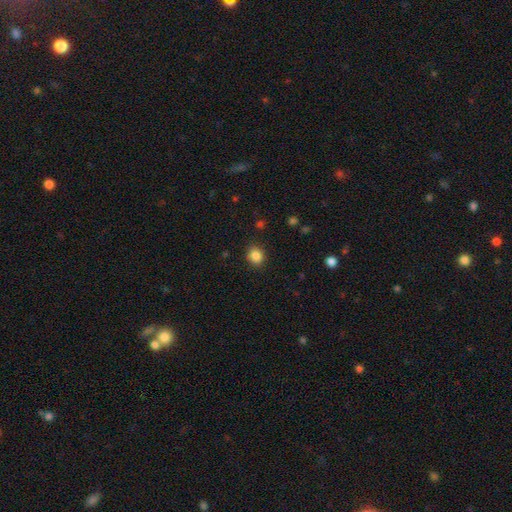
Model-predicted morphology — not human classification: Smooth or featured: smooth — 86% (star or artifact — 10%)
How rounded: round — 69% (in between — 30%)
Merging: none — 88% (minor disturbance — 8%)